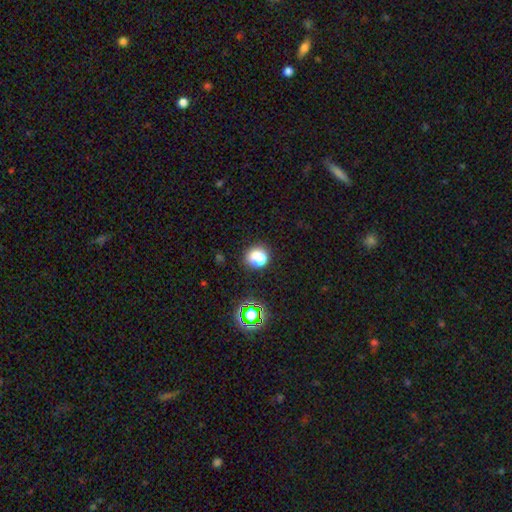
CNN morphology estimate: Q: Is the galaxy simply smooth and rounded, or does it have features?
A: smooth — 72%.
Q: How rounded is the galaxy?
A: round — 71%.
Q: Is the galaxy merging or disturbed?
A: none — 63%.